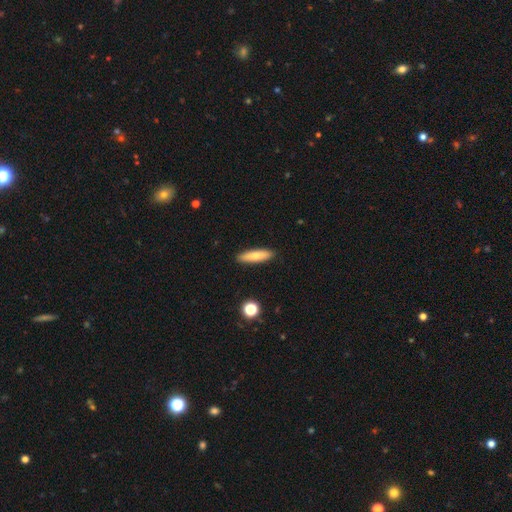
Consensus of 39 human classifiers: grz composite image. It shows a smooth galaxy with no disk features (77%) that is cigar-shaped (60%). Merging: none (86%).